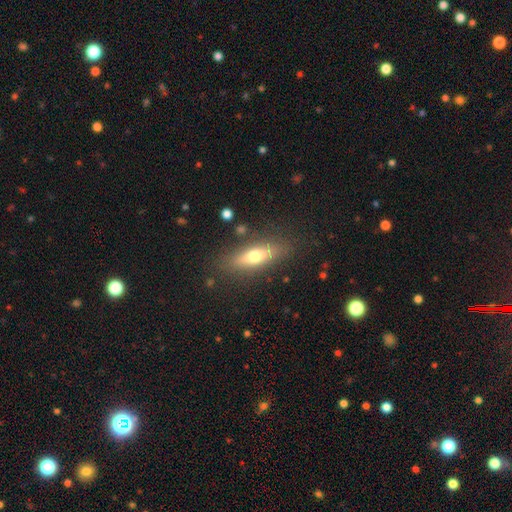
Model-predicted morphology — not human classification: Smooth or featured? Predicted: smooth (p=0.55). How rounded? Predicted: cigar-shaped (p=0.52). Merging? Predicted: none (p=0.83).